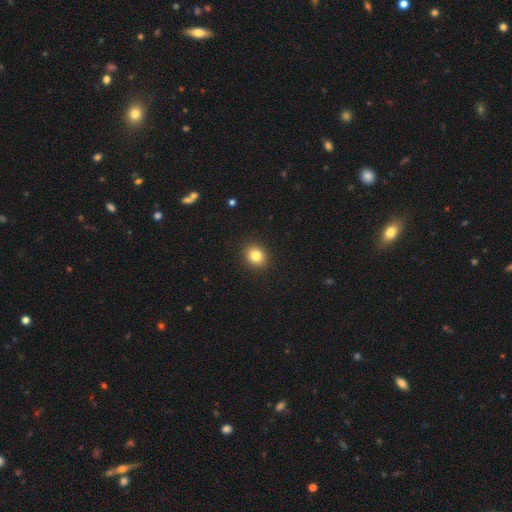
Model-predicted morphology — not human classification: Q: Smooth or featured?
A: smooth (83%); runner-up: star or artifact (11%)
Q: How rounded?
A: round (63%); runner-up: in between (36%)
Q: Merging?
A: none (91%); runner-up: minor disturbance (6%)